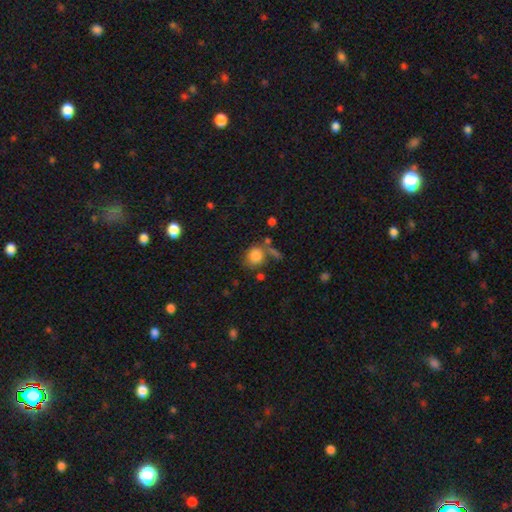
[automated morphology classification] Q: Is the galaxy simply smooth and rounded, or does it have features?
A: smooth — 81%.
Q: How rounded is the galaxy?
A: round — 67%.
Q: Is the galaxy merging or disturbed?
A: none — 55%.